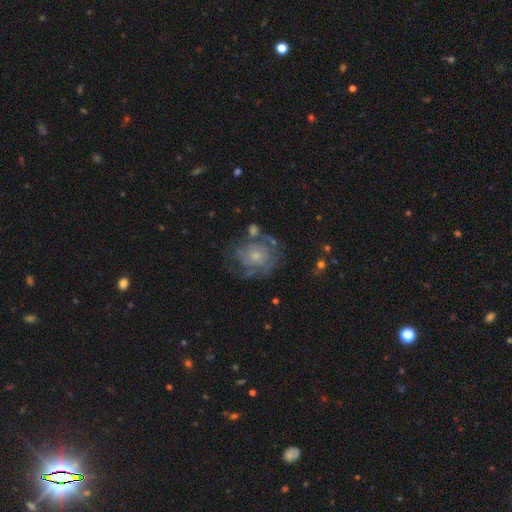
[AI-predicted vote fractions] Q: Smooth or featured?
A: featured or disk (68%); runner-up: smooth (23%)
Q: Edge-on disk?
A: no (98%); runner-up: yes (2%)
Q: Bar?
A: no (84%); runner-up: weak (13%)
Q: Spiral arms?
A: yes (72%); runner-up: no (28%)
Q: Bulge size?
A: small (59%); runner-up: moderate (33%)
Q: Merging?
A: none (51%); runner-up: minor disturbance (22%)